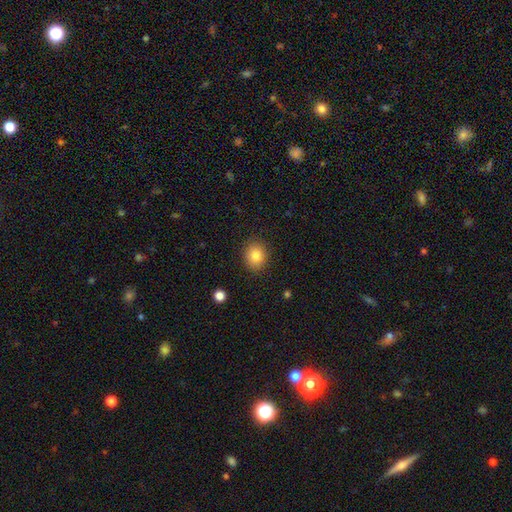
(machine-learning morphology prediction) The model was most divided on "how rounded": round: 64%, in between: 35%, cigar-shaped: 1%. More confident: merging — none (88%); smooth or featured — smooth (83%).